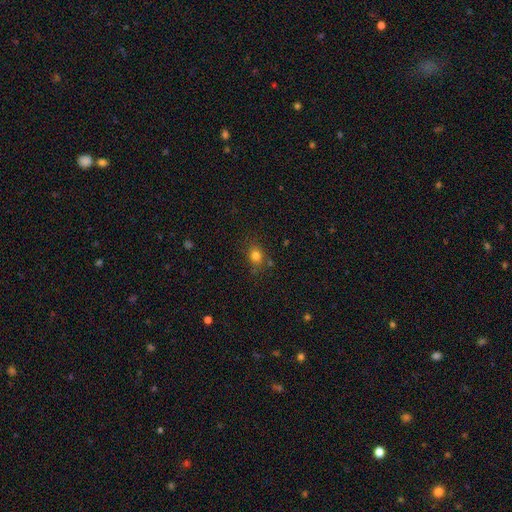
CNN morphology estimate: smooth 79%, star or artifact 14%, featured or disk 7%. Down the decision tree: how rounded — round (61%); merging — none (79%).